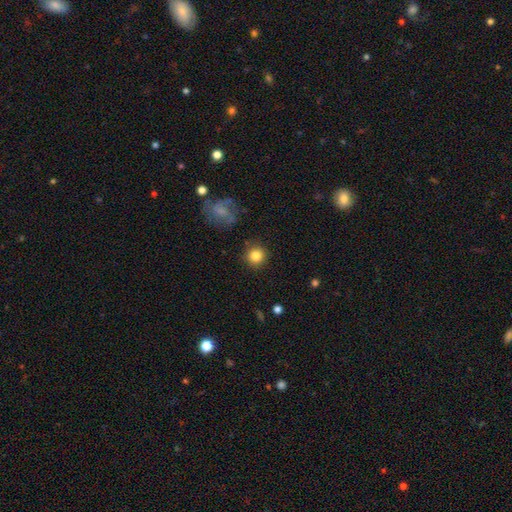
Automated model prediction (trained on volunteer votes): Overall: smooth (84%). How rounded: round (94%). Merging: none (89%).